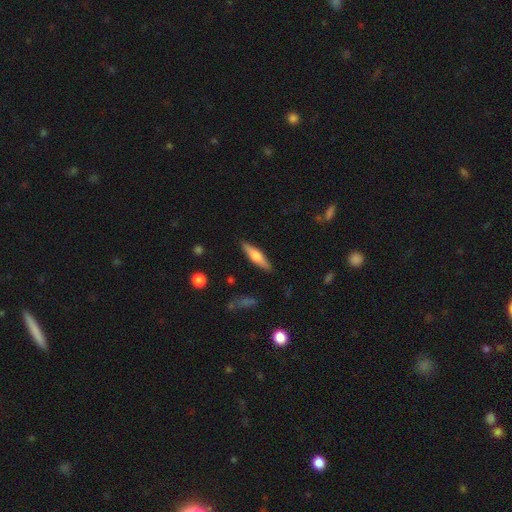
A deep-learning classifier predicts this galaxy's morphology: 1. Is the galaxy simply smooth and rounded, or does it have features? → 49% smooth, 45% featured or disk, 6% star or artifact.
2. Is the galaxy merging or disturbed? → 88% none, 9% minor disturbance, 2% major disturbance, 1% merger.